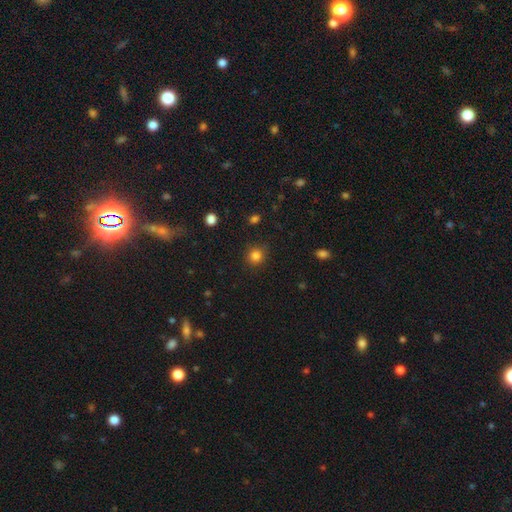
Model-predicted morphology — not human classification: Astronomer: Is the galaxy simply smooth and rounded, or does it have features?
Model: smooth — 83%.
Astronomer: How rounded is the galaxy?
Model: round — 89%.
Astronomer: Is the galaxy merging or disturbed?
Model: none — 88%.